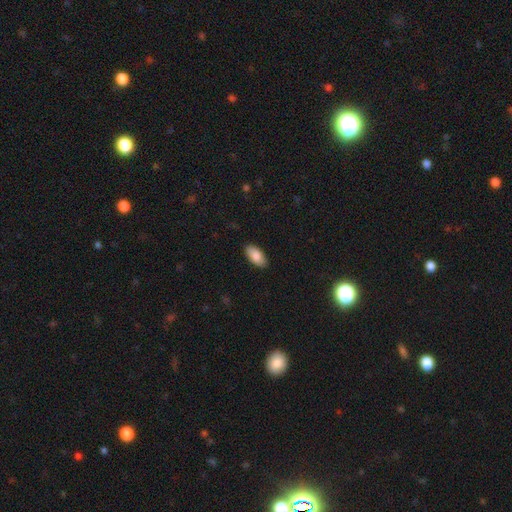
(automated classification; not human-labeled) Smooth or featured?
  - smooth: 84% *
  - featured or disk: 10%
  - star or artifact: 6%
How rounded?
  - in between: 94% *
  - cigar-shaped: 4%
  - round: 2%
Merging?
  - none: 88% *
  - minor disturbance: 9%
  - major disturbance: 2%
  - merger: 1%